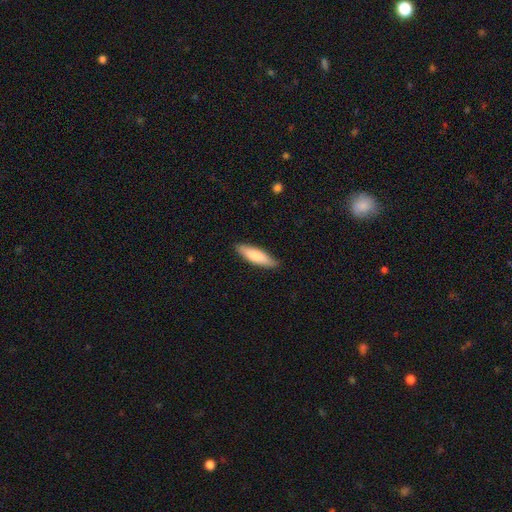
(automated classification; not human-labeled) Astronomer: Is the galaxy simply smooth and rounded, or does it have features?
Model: smooth — 76%.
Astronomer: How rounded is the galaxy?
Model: cigar-shaped — 61% (runner-up: in between, 38%).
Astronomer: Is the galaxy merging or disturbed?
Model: none — 87%.